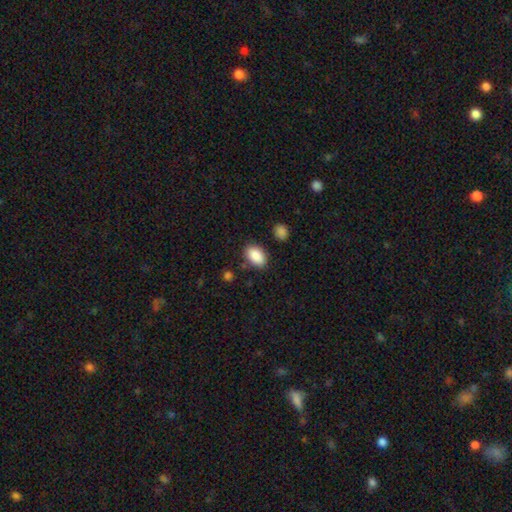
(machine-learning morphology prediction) Q: Smooth or featured?
A: smooth (89%); runner-up: star or artifact (7%)
Q: How rounded?
A: in between (90%); runner-up: round (9%)
Q: Merging?
A: none (82%); runner-up: minor disturbance (12%)